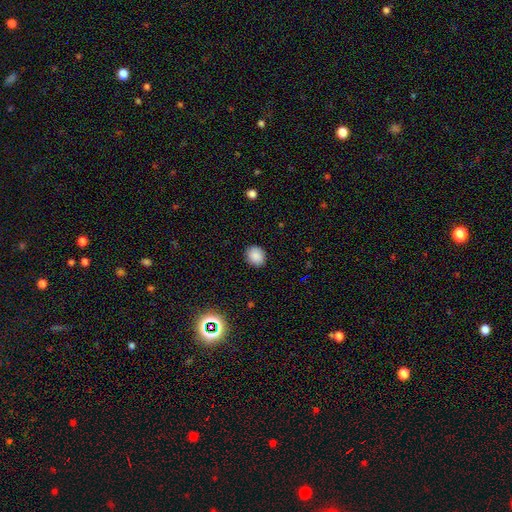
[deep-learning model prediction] This is clearly a smooth galaxy (86%). How rounded: likely round (61%). Merging: clearly none (89%).